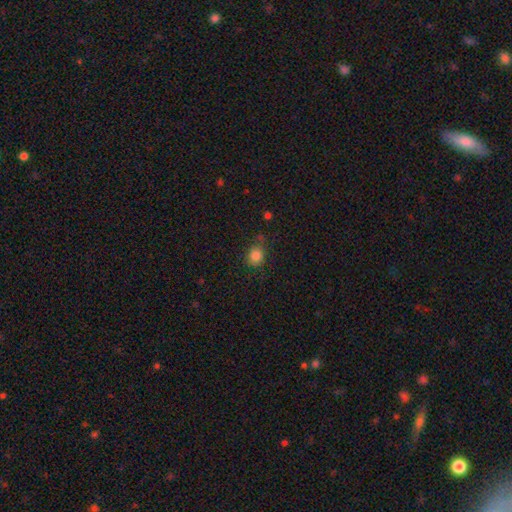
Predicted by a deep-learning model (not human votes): Smooth or featured? smooth (83%)
How rounded? round (77%)
Merging? none (72%)